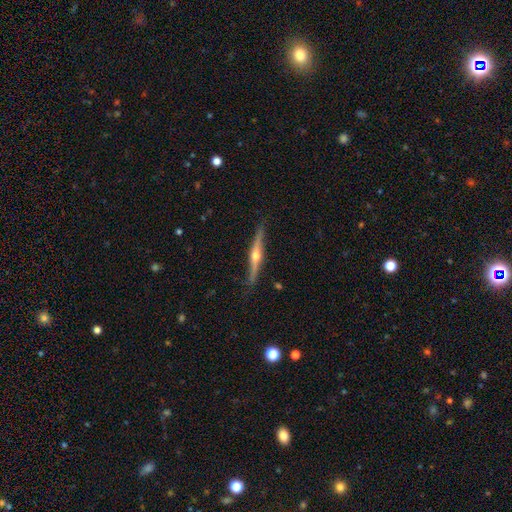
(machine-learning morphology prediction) smooth_or_featured: featured or disk (p=0.79) [alt: smooth p=0.16]
disk_edge_on: yes (p=0.98) [alt: no p=0.02]
edge_on_bulge: rounded (p=0.94) [alt: none p=0.03]
merging: none (p=0.85) [alt: minor disturbance p=0.11]